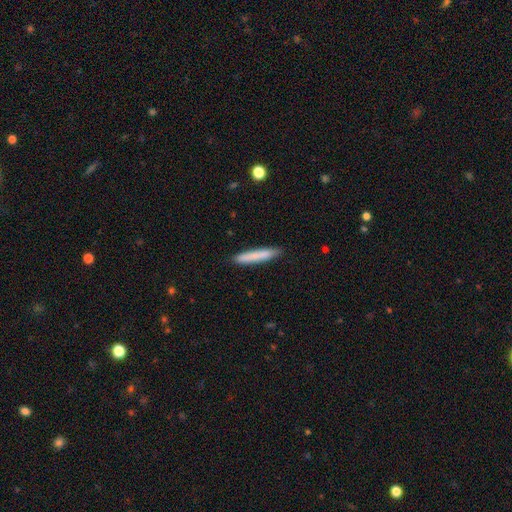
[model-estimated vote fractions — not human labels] smooth-or-featured: smooth: 78% | featured or disk: 16% | star or artifact: 6%
  how-rounded: cigar-shaped: 94% | in between: 5% | round: 1%
  merging: none: 89% | minor disturbance: 8% | major disturbance: 2% | merger: 1%